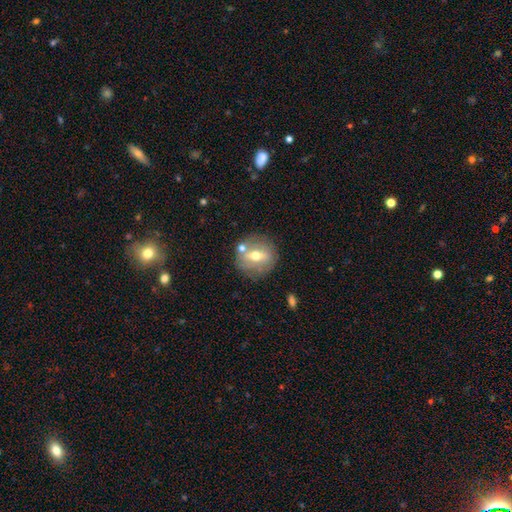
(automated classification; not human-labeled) smooth-or-featured: featured or disk: 51% | smooth: 40% | star or artifact: 9%
  disk-edge-on: no: 76% | yes: 24%
  merging: none: 76% | minor disturbance: 11% | merger: 8% | major disturbance: 4%